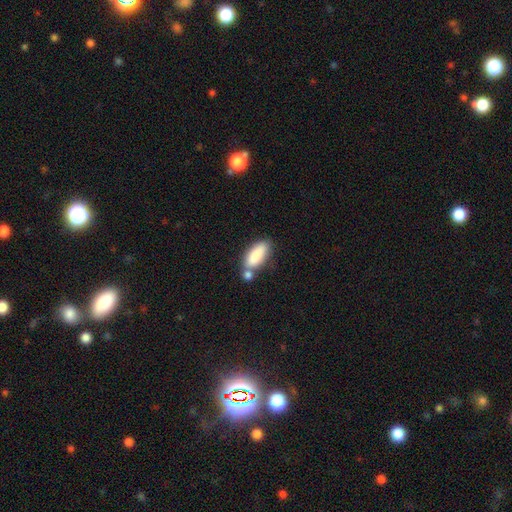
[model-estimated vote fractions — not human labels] Smooth or featured?
  - smooth: 84% *
  - featured or disk: 9%
  - star or artifact: 6%
How rounded?
  - in between: 78% *
  - cigar-shaped: 19%
  - round: 2%
Merging?
  - none: 49% *
  - merger: 31%
  - minor disturbance: 15%
  - major disturbance: 5%